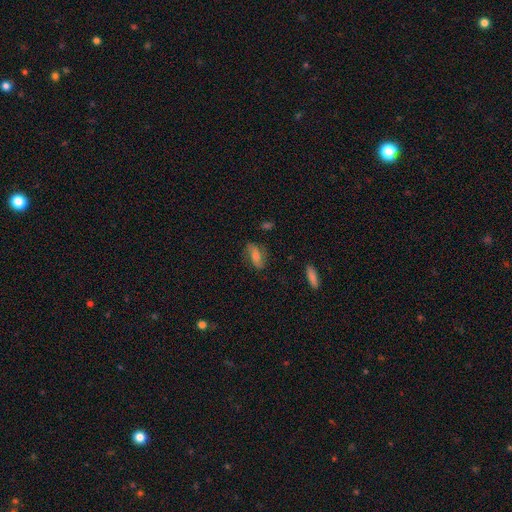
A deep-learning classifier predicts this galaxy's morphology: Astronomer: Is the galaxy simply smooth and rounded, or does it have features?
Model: smooth — 47% (runner-up: featured or disk, 44%).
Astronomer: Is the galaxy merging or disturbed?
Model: none — 72%.